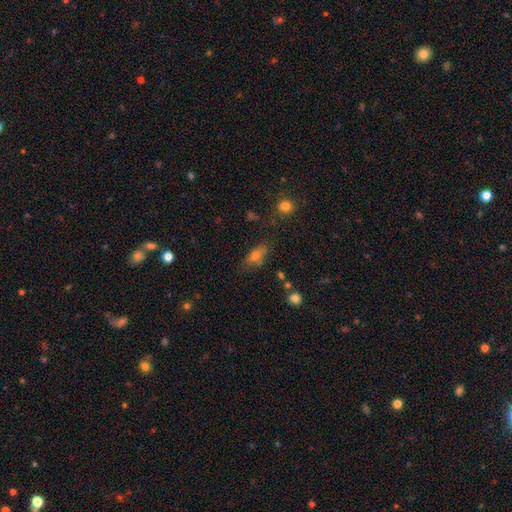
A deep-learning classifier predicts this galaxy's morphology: This is likely a smooth galaxy (63%). How rounded: likely in between (71%). Merging: likely none (66%).